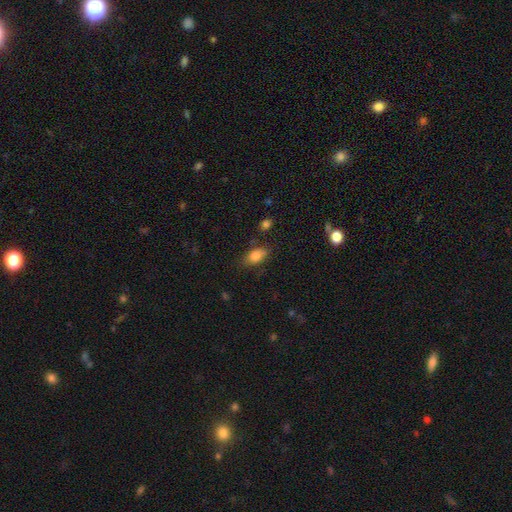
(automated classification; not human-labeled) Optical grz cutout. It shows a smooth galaxy with no disk features (81%) that is in between round and cigar-shaped (86%). Merging: none (75%).